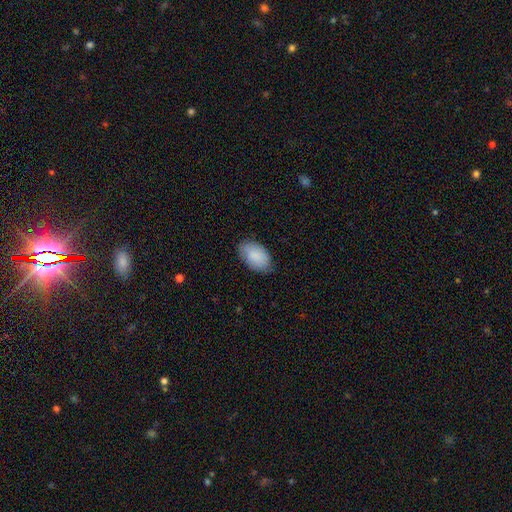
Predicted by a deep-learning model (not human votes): smooth 86%, featured or disk 8%, star or artifact 6%. Down the decision tree: how rounded — in between (93%); merging — none (74%).